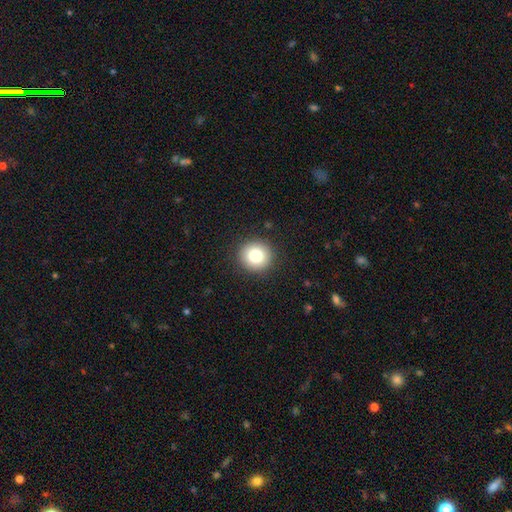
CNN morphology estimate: type=smooth (81%); roundness=round (90%); merging=none (91%).